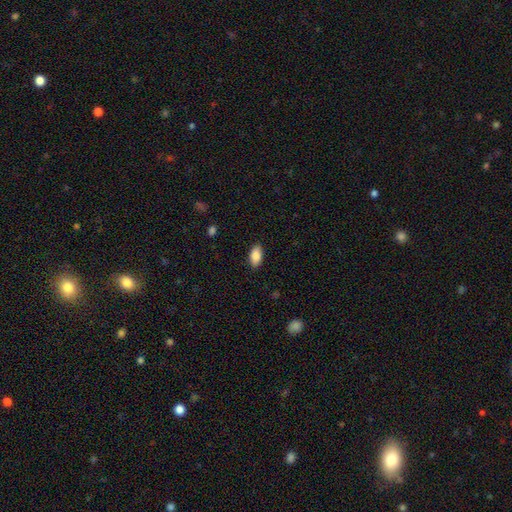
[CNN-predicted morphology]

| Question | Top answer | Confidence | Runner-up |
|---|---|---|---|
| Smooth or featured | smooth | 88% | star or artifact (7%) |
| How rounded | in between | 92% | cigar-shaped (5%) |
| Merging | none | 88% | minor disturbance (9%) |